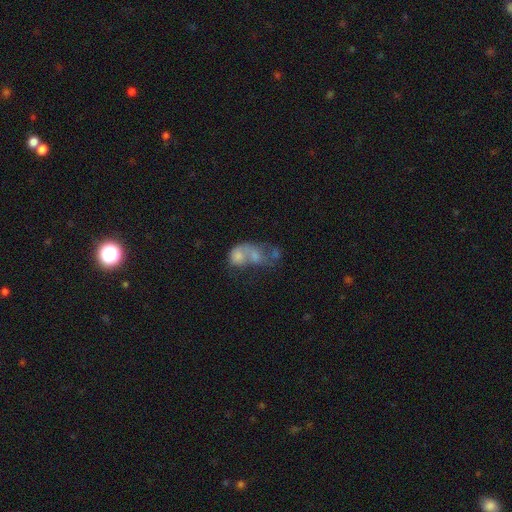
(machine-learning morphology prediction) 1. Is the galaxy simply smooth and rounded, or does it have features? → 54% smooth, 35% featured or disk, 11% star or artifact.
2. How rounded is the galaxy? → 67% in between, 30% round, 2% cigar-shaped.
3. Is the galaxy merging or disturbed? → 70% merger, 12% none, 11% major disturbance, 7% minor disturbance.